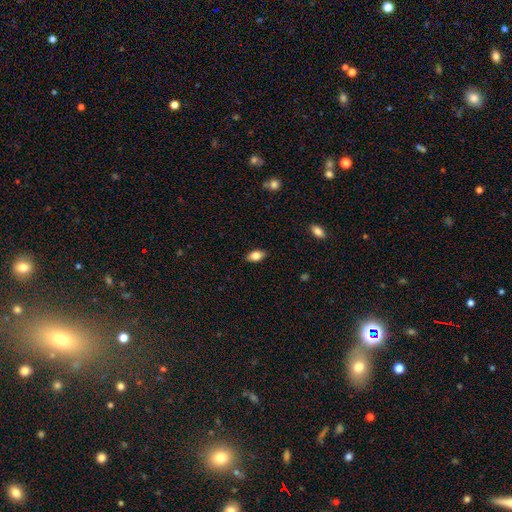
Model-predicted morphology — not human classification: This is clearly a smooth galaxy (81%). How rounded: clearly in between (90%). Merging: clearly none (87%).